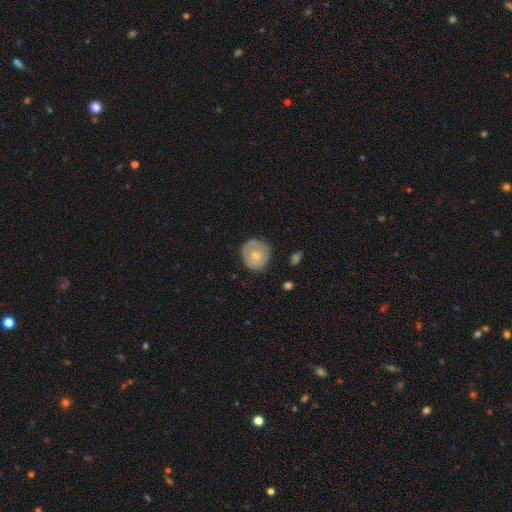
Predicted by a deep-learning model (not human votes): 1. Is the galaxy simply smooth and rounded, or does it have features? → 53% smooth, 40% featured or disk, 7% star or artifact.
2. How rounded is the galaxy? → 87% round, 12% in between, 1% cigar-shaped.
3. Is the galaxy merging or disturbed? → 73% none, 21% minor disturbance, 5% major disturbance, 1% merger.